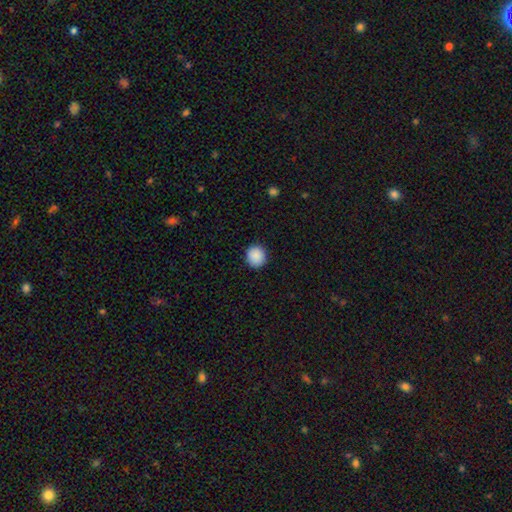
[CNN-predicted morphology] Q: Smooth or featured?
A: smooth (90%); runner-up: star or artifact (8%)
Q: How rounded?
A: round (91%); runner-up: in between (8%)
Q: Merging?
A: none (92%); runner-up: minor disturbance (6%)